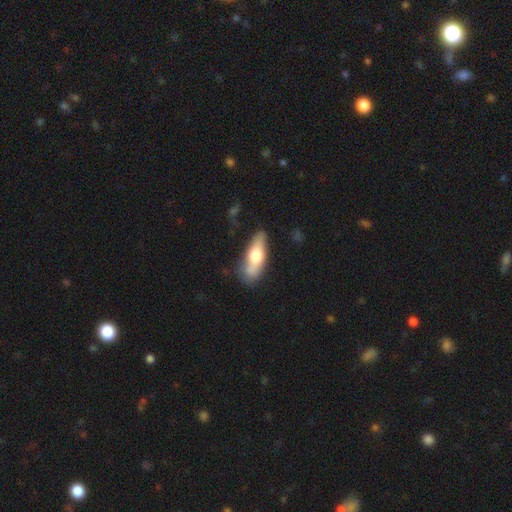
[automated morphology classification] Smooth or featured? Predicted: smooth (p=0.59). How rounded? Predicted: in between (p=0.58). Merging? Predicted: none (p=0.63).